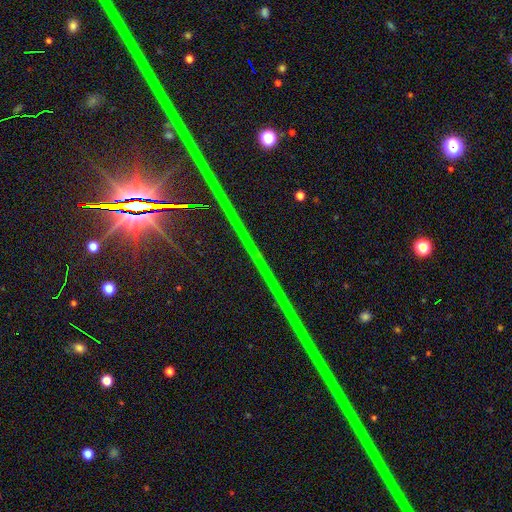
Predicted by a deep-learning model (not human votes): smooth-or-featured: star or artifact: 89% | featured or disk: 7% | smooth: 4%